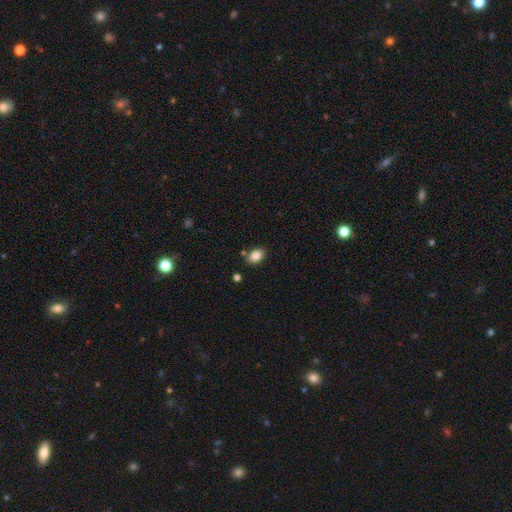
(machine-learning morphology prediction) This appears to be a smooth galaxy with no disk features (86%) that is in between round and cigar-shaped (81%). Merging: none (82%).